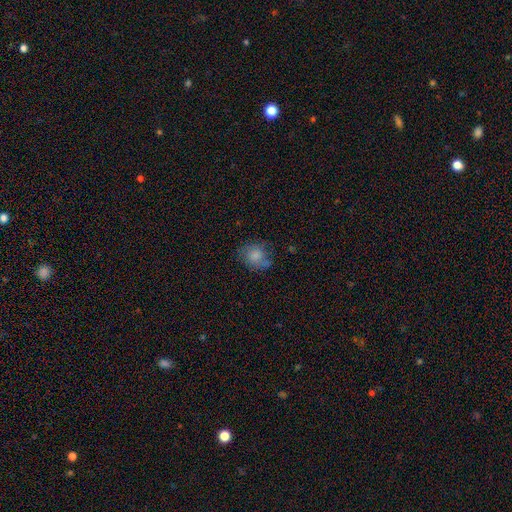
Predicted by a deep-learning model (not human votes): The model was most divided on "how rounded": round: 68%, in between: 31%, cigar-shaped: 1%. More confident: smooth or featured — smooth (74%); merging — none (62%).